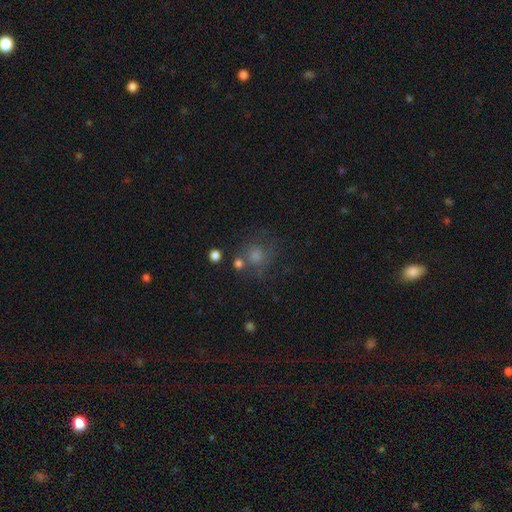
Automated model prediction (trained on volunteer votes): smooth_or_featured: smooth (p=0.56) [alt: star or artifact p=0.27]
how_rounded: round (p=0.86) [alt: in between p=0.13]
merging: none (p=0.66) [alt: minor disturbance p=0.15]